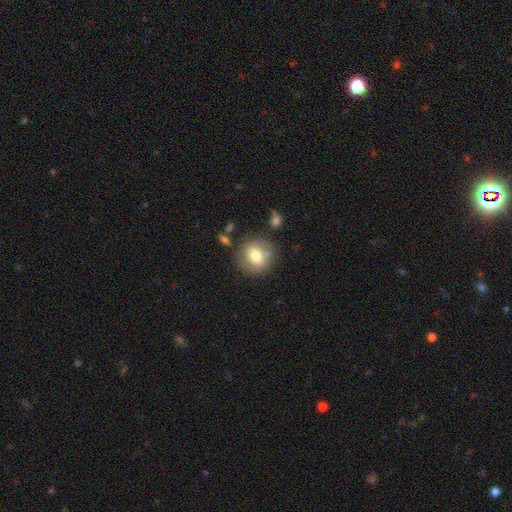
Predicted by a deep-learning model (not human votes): smooth 69%, featured or disk 22%, star or artifact 8%. Down the decision tree: how rounded — round (85%); merging — none (74%).